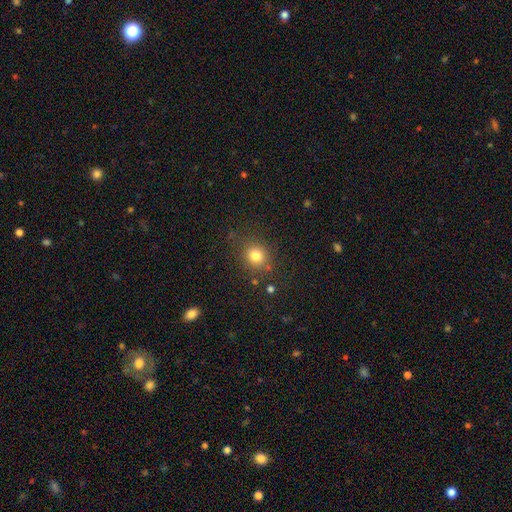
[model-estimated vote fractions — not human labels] Smooth or featured?
  - smooth: 80% *
  - star or artifact: 14%
  - featured or disk: 6%
How rounded?
  - round: 83% *
  - in between: 16%
  - cigar-shaped: 1%
Merging?
  - none: 82% *
  - minor disturbance: 11%
  - major disturbance: 4%
  - merger: 3%